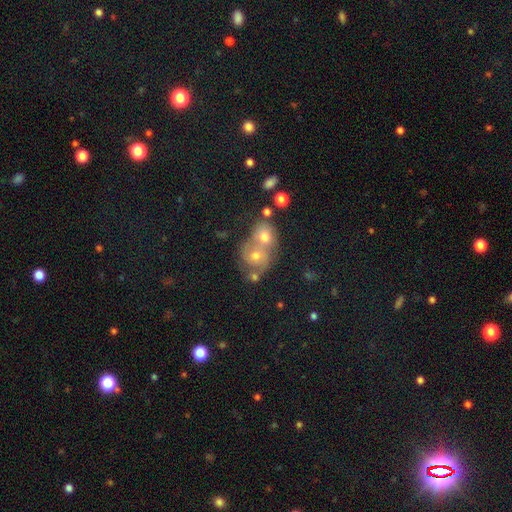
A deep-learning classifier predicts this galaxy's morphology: Q: Smooth or featured?
A: smooth (45%); runner-up: featured or disk (42%)
Q: Merging?
A: merger (62%); runner-up: none (25%)